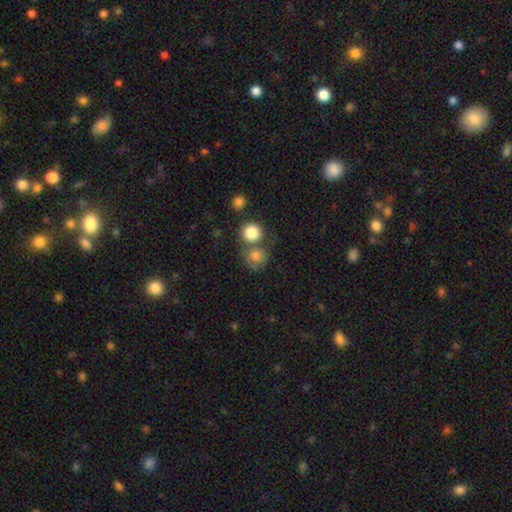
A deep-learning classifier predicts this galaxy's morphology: smooth 78%, featured or disk 13%, star or artifact 9%. Down the decision tree: how rounded — round (85%); merging — merger (40%, tied with none).